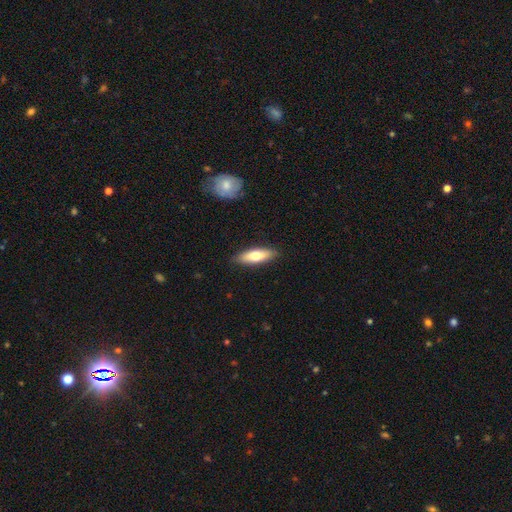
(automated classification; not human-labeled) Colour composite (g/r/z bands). It shows a smooth galaxy with no disk features (70%) that is in between round and cigar-shaped (54%). Merging: none (88%).